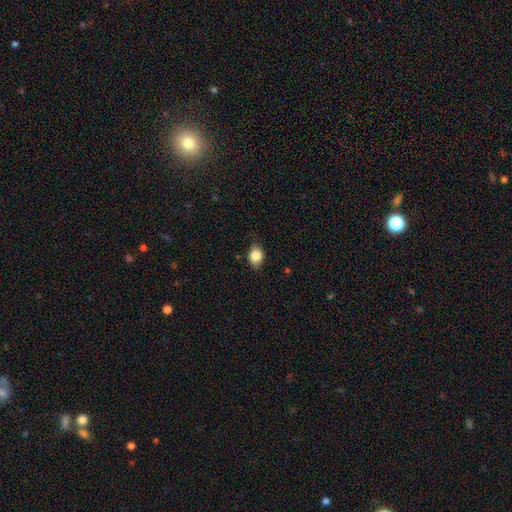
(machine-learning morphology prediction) smooth_or_featured: smooth (p=0.82) [alt: star or artifact p=0.09]
how_rounded: in between (p=0.60) [alt: round p=0.39]
merging: none (p=0.73) [alt: minor disturbance p=0.21]